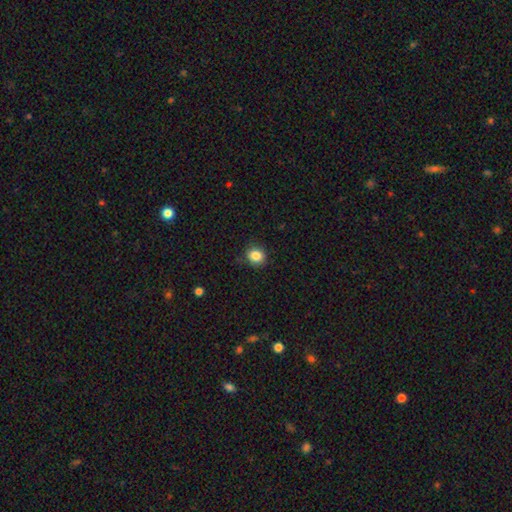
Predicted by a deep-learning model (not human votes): A smooth galaxy with no disk features (85%) that is round (80%).

Vote fractions:
- Smooth or featured? smooth: 85% / star or artifact: 10% / featured or disk: 4%
- How rounded? round: 80% / in between: 19% / cigar-shaped: 1%
- Merging? none: 85% / minor disturbance: 11% / major disturbance: 3% / merger: 1%